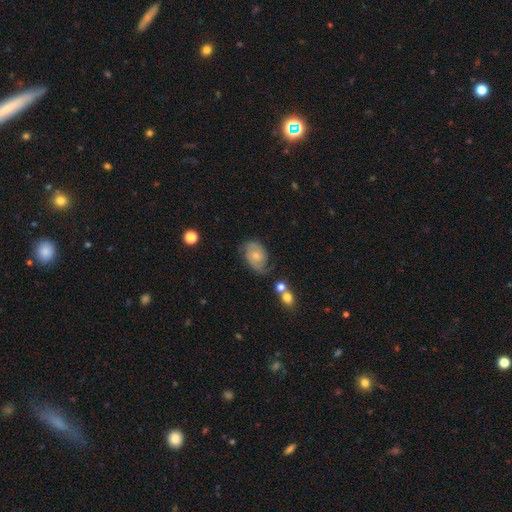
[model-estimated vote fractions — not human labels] A featured or disk galaxy (65%) with no bar (72%), 2 (72%) medium (42%) spiral arms (90%) and a small central bulge (57%).

Vote fractions:
- Smooth or featured? featured or disk: 65% / smooth: 27% / star or artifact: 7%
- Edge-on disk? no: 97% / yes: 3%
- Bar? no: 72% / weak: 25% / strong: 4%
- Spiral arms? yes: 90% / no: 10%
- Spiral winding? medium: 42% / tight: 35% / loose: 23%
- Spiral arm count? 2: 72% / can't tell: 13% / 1: 9% / 3: 4% / 4: 1% / more than 4: 1%
- Bulge size? small: 57% / moderate: 35% / none: 4% / large: 2% / dominant: 1%
- Merging? none: 61% / minor disturbance: 24% / major disturbance: 11% / merger: 4%